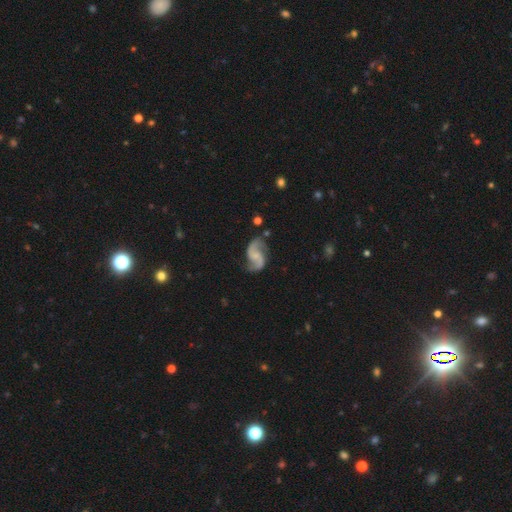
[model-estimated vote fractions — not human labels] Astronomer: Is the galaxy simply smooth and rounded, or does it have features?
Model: featured or disk — 89%.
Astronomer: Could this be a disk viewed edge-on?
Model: no — 98%.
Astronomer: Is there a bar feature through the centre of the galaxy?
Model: no — 56% (runner-up: weak, 36%).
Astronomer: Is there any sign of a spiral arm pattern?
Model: yes — 97%.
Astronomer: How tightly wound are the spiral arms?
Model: loose — 54% (runner-up: medium, 37%).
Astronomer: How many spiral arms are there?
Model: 2 — 94%.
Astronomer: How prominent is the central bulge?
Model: small — 51% (runner-up: none, 30%).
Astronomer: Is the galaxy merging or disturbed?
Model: none — 72%.